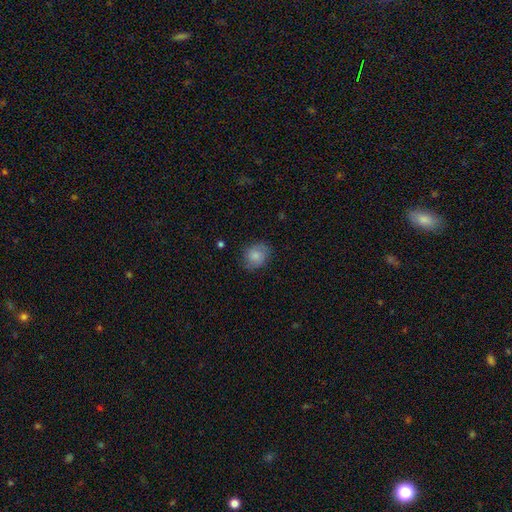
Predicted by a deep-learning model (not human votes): Smooth or featured? Predicted: smooth (p=0.81). How rounded? Predicted: round (p=0.61). Merging? Predicted: none (p=0.75).